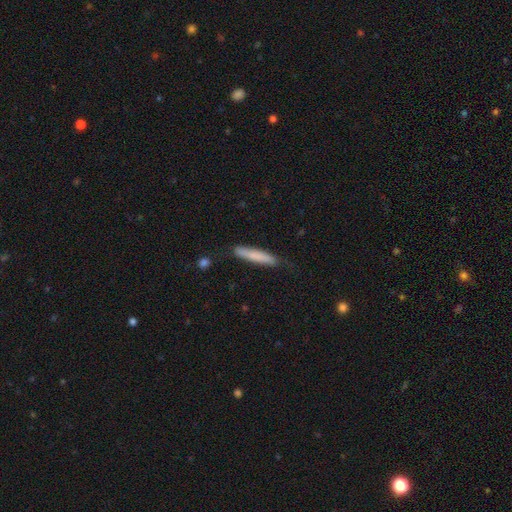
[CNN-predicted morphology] type=smooth (75%); roundness=cigar-shaped (92%); merging=none (78%).